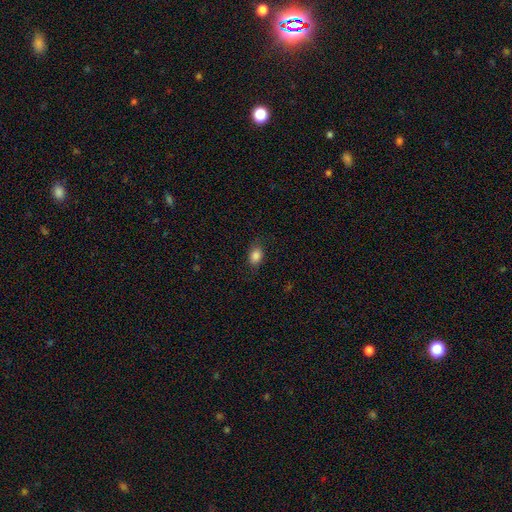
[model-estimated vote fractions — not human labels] This is clearly a smooth galaxy (86%). How rounded: likely in between (78%). Merging: clearly none (80%).